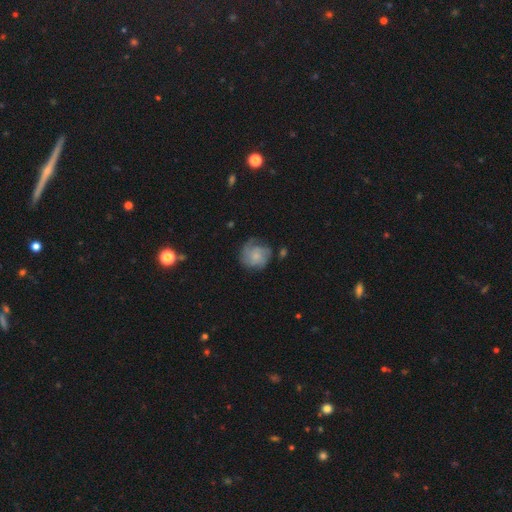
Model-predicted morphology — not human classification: smooth-or-featured: smooth: 50% | featured or disk: 42% | star or artifact: 8%
  how-rounded: round: 80% | in between: 19% | cigar-shaped: 1%
  merging: none: 52% | minor disturbance: 28% | major disturbance: 17% | merger: 3%